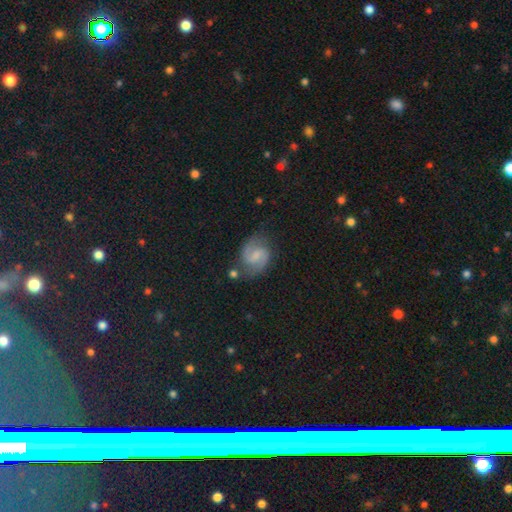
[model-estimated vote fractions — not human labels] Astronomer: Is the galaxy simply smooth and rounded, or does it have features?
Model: featured or disk — 79%.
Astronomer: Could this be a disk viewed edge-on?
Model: no — 98%.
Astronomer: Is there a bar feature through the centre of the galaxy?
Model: weak — 58%.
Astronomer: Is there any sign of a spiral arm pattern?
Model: yes — 96%.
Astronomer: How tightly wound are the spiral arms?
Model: medium — 57%.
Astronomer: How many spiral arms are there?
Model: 2 — 91%.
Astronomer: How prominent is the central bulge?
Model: small — 36% (runner-up: none, 35%).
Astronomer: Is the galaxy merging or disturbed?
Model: none — 71%.